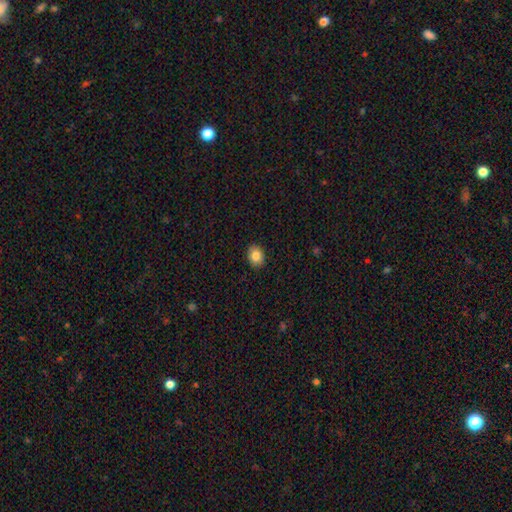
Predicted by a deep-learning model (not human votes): A smooth galaxy with no disk features (85%) that is in between round and cigar-shaped (57%). Merging: none (90%).